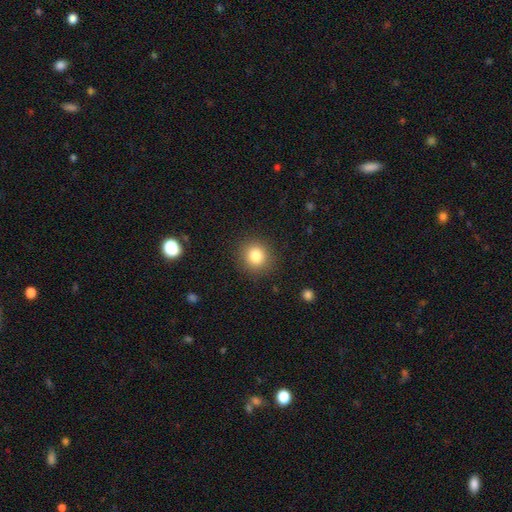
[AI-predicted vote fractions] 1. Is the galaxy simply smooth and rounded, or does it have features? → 82% smooth, 11% star or artifact, 7% featured or disk.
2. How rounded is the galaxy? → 89% round, 10% in between, 1% cigar-shaped.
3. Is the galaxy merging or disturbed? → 89% none, 7% minor disturbance, 3% major disturbance, 1% merger.